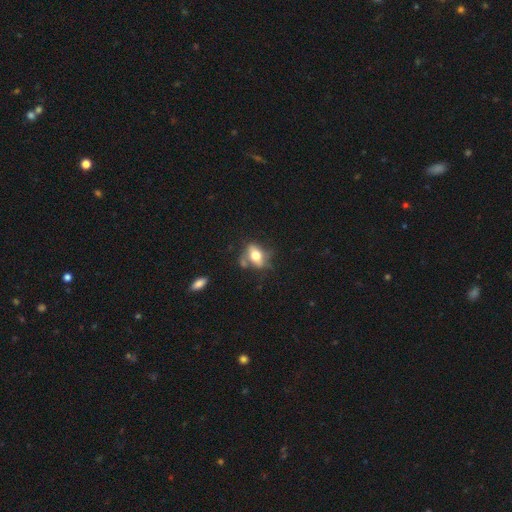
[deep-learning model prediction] A smooth galaxy with no disk features (62%) that is in between round and cigar-shaped (76%). Merging: none (49%).